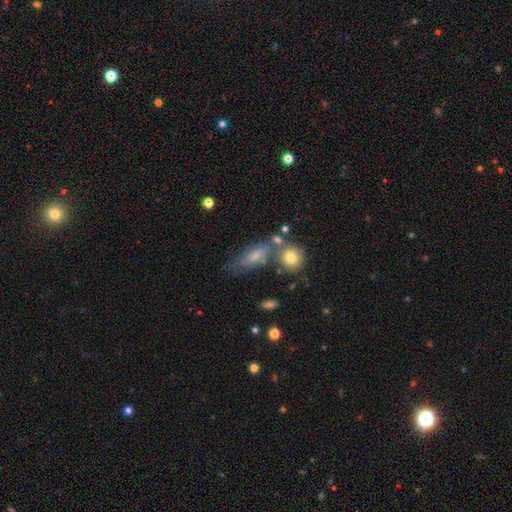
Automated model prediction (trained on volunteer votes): Smooth or featured? smooth (69%)
How rounded? in between (71%)
Merging? none (46%)